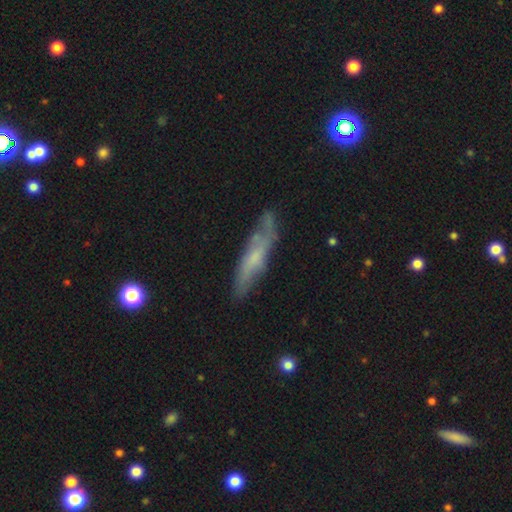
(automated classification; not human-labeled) This is possibly a featured or disk galaxy (50%). It is possibly viewed edge-on (52%). Merging: likely none (66%).